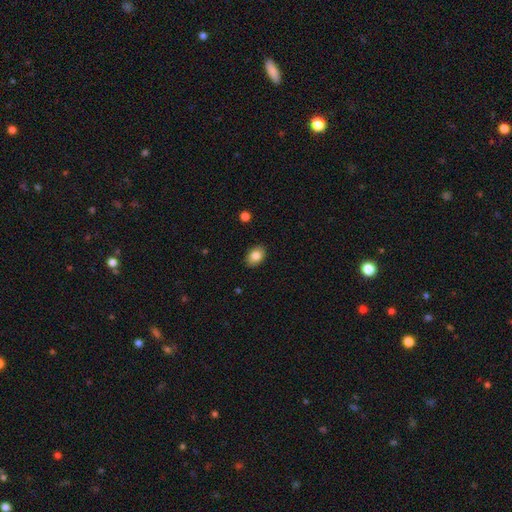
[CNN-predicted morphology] smooth_or_featured: smooth (p=0.84) [alt: featured or disk p=0.09]
how_rounded: in between (p=0.83) [alt: round p=0.16]
merging: none (p=0.88) [alt: minor disturbance p=0.09]